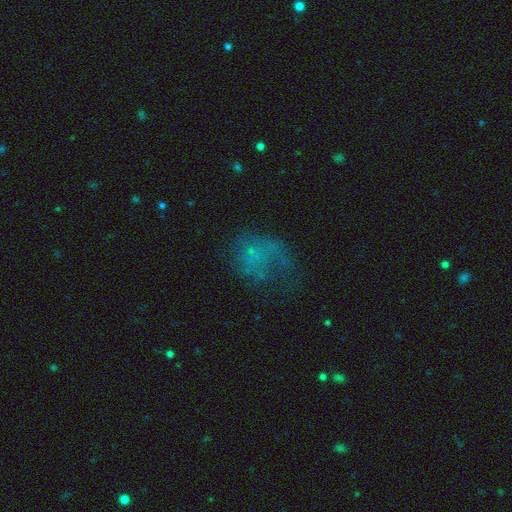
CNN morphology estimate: A smooth galaxy with no disk features (44%). Merging: major disturbance (45%).